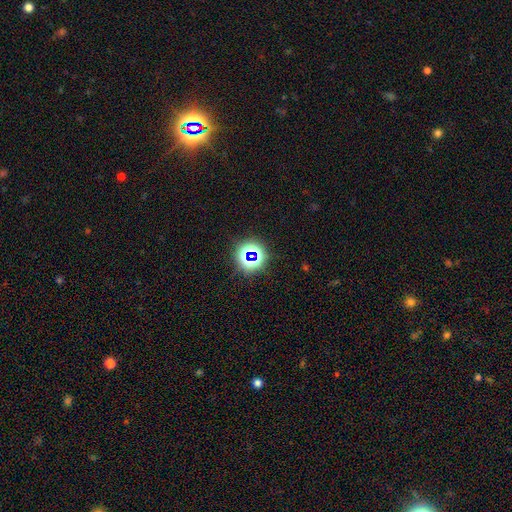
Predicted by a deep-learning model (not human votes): Overall: star or artifact (69%).